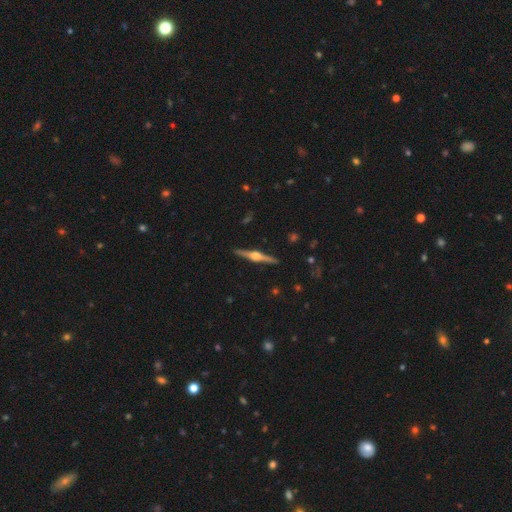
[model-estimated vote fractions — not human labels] featured or disk 84%, smooth 11%, star or artifact 5%. Down the decision tree: edge-on disk — yes (99%); edge-on bulge — rounded (93%); merging — none (92%).